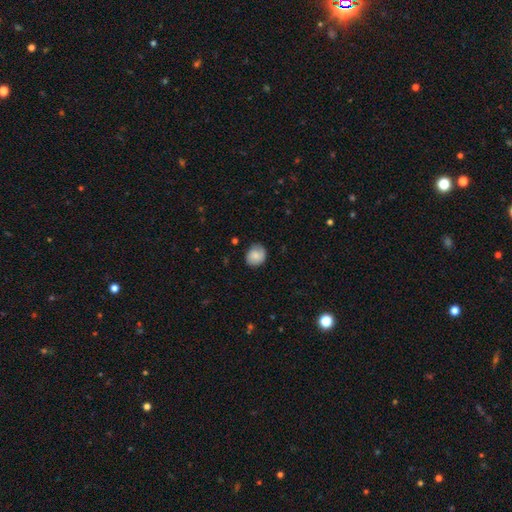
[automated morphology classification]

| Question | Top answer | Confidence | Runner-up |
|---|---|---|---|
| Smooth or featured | smooth | 77% | featured or disk (15%) |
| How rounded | round | 74% | in between (25%) |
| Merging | none | 76% | minor disturbance (19%) |